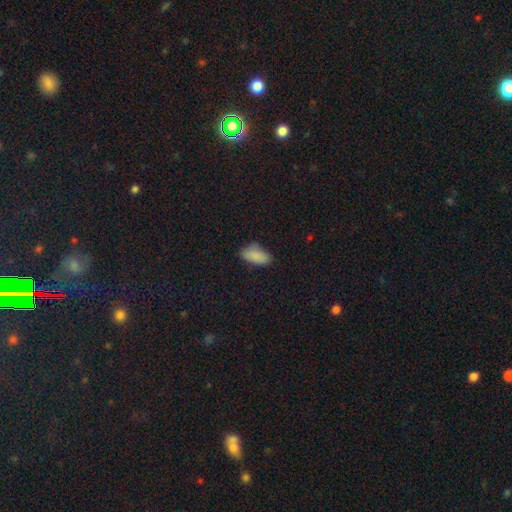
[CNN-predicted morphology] A smooth galaxy with no disk features (86%) that is in between round and cigar-shaped (91%).

Vote fractions:
- Smooth or featured? smooth: 86% / star or artifact: 8% / featured or disk: 5%
- How rounded? in between: 91% / cigar-shaped: 6% / round: 3%
- Merging? none: 69% / minor disturbance: 24% / major disturbance: 5% / merger: 2%